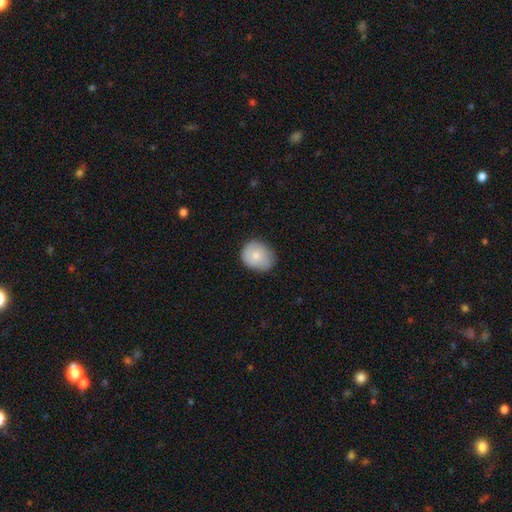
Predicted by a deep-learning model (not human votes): A smooth galaxy with no disk features (75%) that is round (65%).

Vote fractions:
- Smooth or featured? smooth: 75% / featured or disk: 18% / star or artifact: 7%
- How rounded? round: 65% / in between: 34% / cigar-shaped: 1%
- Merging? none: 72% / minor disturbance: 22% / major disturbance: 4% / merger: 1%